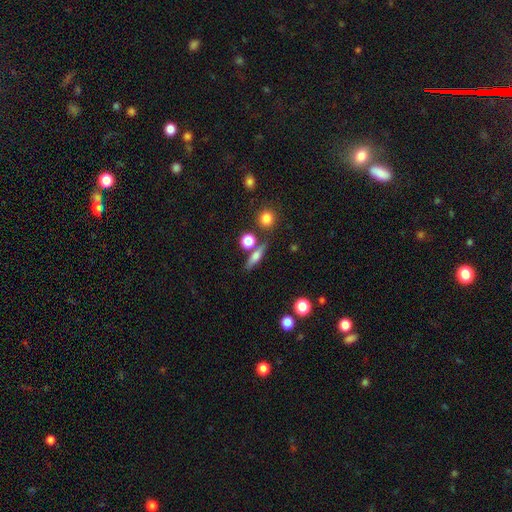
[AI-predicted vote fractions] smooth-or-featured: smooth: 55% | featured or disk: 35% | star or artifact: 11%
  how-rounded: cigar-shaped: 56% | in between: 31% | round: 13%
  merging: none: 72% | merger: 12% | minor disturbance: 12% | major disturbance: 4%